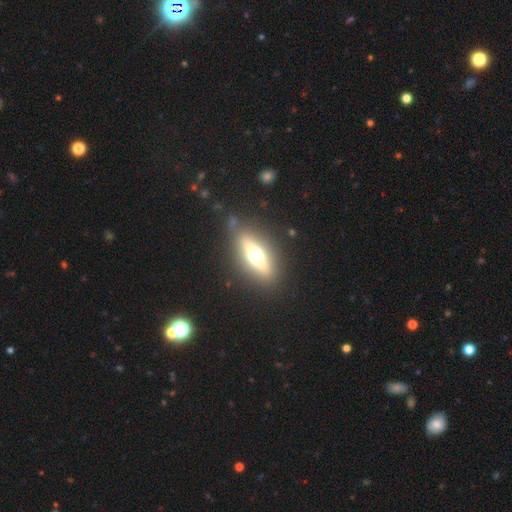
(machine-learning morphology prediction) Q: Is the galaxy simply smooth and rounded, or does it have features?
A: featured or disk — 54%.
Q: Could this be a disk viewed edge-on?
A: yes — 78%.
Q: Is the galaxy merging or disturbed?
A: none — 83%.